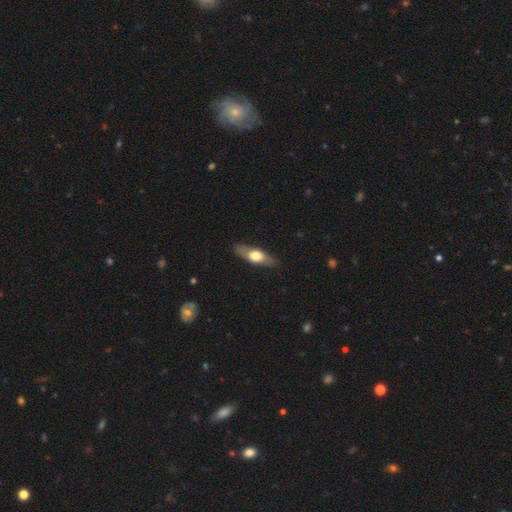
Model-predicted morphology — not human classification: Q: Smooth or featured?
A: smooth (49%); runner-up: featured or disk (45%)
Q: Merging?
A: none (85%); runner-up: minor disturbance (11%)